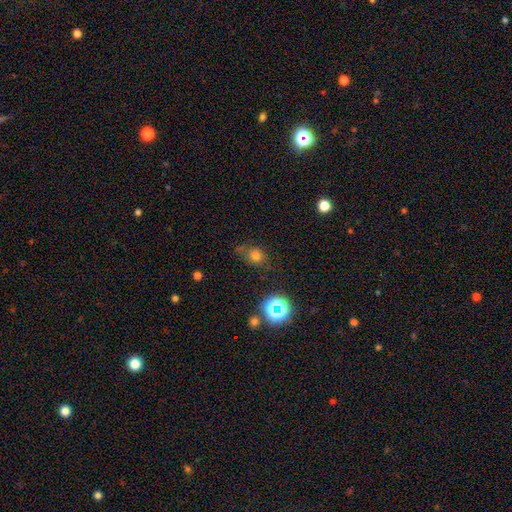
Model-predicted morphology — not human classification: smooth-or-featured: smooth: 69% | star or artifact: 22% | featured or disk: 10%
  how-rounded: round: 61% | in between: 37% | cigar-shaped: 1%
  merging: none: 62% | minor disturbance: 23% | major disturbance: 9% | merger: 6%